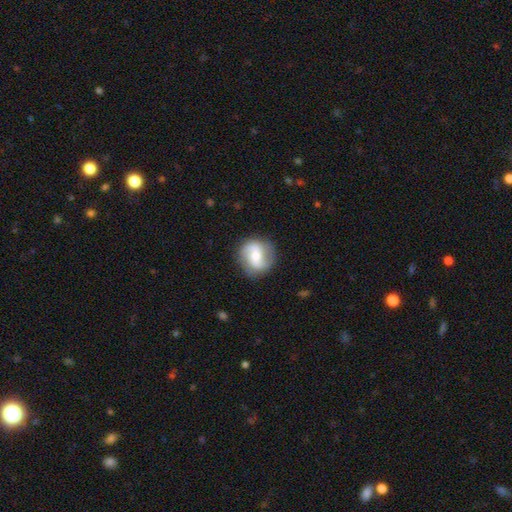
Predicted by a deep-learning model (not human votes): Overall: featured or disk (72%). Edge-on disk: no (97%). Bar: weak (41%; no 40%). Spiral arms: yes (92%). Spiral arm count: 2 (87%). Spiral winding: medium (42%; loose 41%). Bulge size: moderate (53%; small 39%). Merging: none (83%).